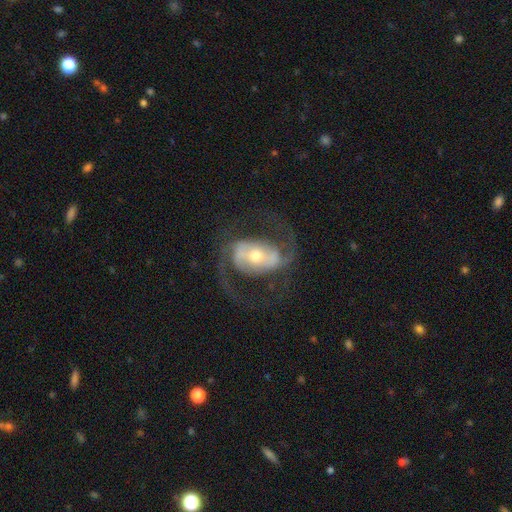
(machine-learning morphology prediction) A featured or disk galaxy (88%) with a strong bar (40%), 2 (92%) medium (57%) spiral arms (95%) and a moderate central bulge (57%). Merging: none (73%).